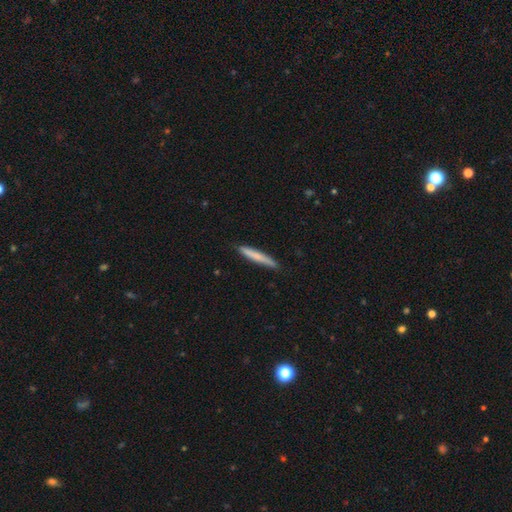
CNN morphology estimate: smooth-or-featured: smooth: 73% | featured or disk: 22% | star or artifact: 5%
  how-rounded: cigar-shaped: 96% | in between: 3% | round: 1%
  merging: none: 87% | minor disturbance: 10% | major disturbance: 2% | merger: 1%